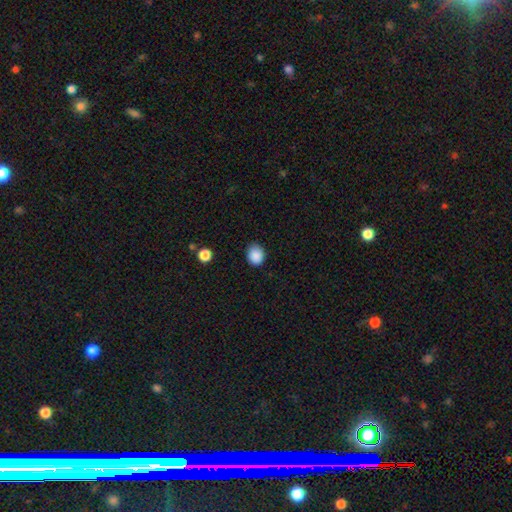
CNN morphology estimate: smooth-or-featured: smooth: 88% | star or artifact: 9% | featured or disk: 3%
  how-rounded: round: 59% | in between: 40% | cigar-shaped: 1%
  merging: none: 80% | minor disturbance: 16% | major disturbance: 3% | merger: 1%